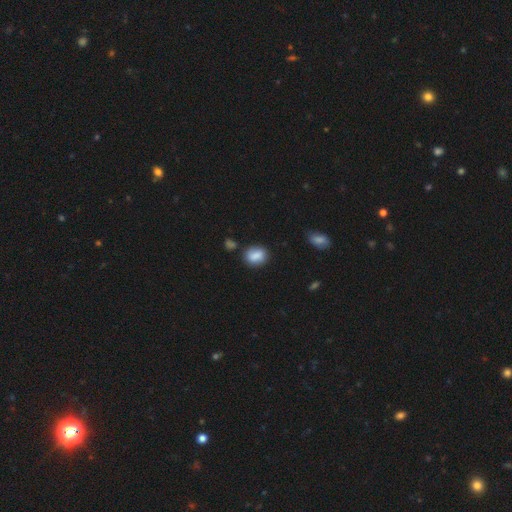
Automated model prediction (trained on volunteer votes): Morphology: type=smooth (83%); roundness=in between (61%); merging=none (74%).